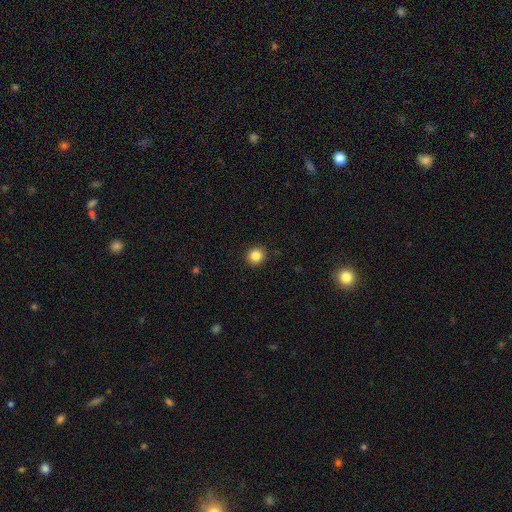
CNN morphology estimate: smooth-or-featured: smooth: 85% | star or artifact: 10% | featured or disk: 4%
  how-rounded: round: 89% | in between: 10% | cigar-shaped: 1%
  merging: none: 91% | minor disturbance: 6% | major disturbance: 2% | merger: 1%